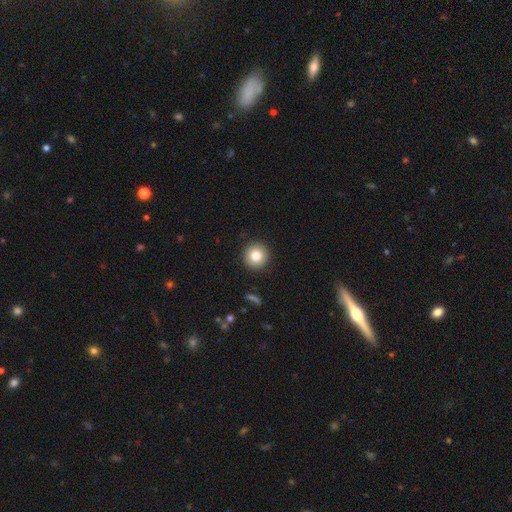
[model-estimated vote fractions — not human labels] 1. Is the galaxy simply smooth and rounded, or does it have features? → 82% smooth, 9% star or artifact, 8% featured or disk.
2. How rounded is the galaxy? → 95% round, 4% in between, 1% cigar-shaped.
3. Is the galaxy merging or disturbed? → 92% none, 5% minor disturbance, 2% major disturbance, 1% merger.